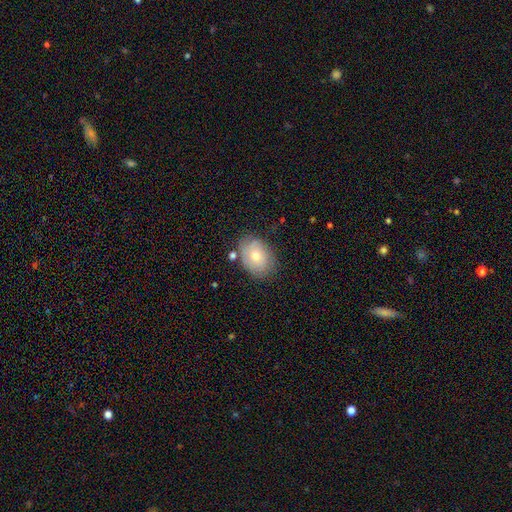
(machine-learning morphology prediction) Smooth or featured?
  - smooth: 67% *
  - featured or disk: 24%
  - star or artifact: 9%
How rounded?
  - in between: 69% *
  - round: 30%
  - cigar-shaped: 1%
Merging?
  - none: 76% *
  - minor disturbance: 16%
  - major disturbance: 4%
  - merger: 4%